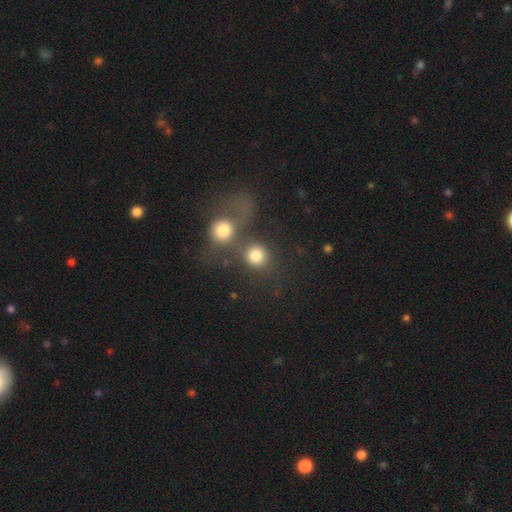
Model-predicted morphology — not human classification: type=smooth (80%); roundness=round (87%); merging=merger (50%).